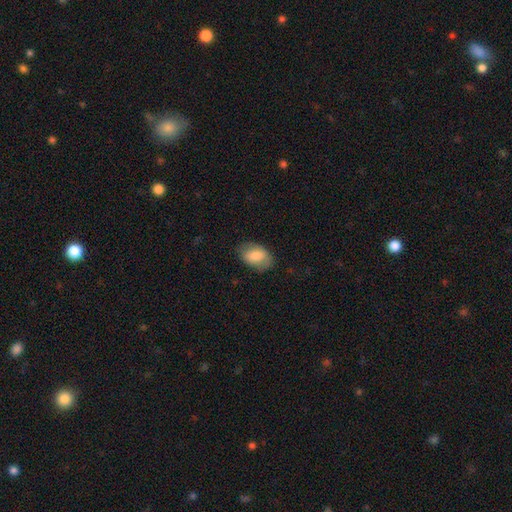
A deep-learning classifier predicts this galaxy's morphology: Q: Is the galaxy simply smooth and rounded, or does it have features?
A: smooth — 76%.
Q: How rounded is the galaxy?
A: in between — 89%.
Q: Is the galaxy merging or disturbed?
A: none — 74%.